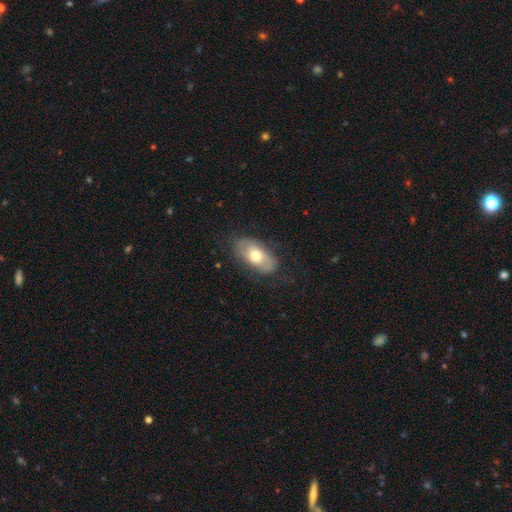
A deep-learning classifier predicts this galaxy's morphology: A smooth galaxy with no disk features (48%).

Vote fractions:
- Smooth or featured? smooth: 48% / featured or disk: 46% / star or artifact: 6%
- Merging? none: 73% / minor disturbance: 19% / major disturbance: 7% / merger: 1%